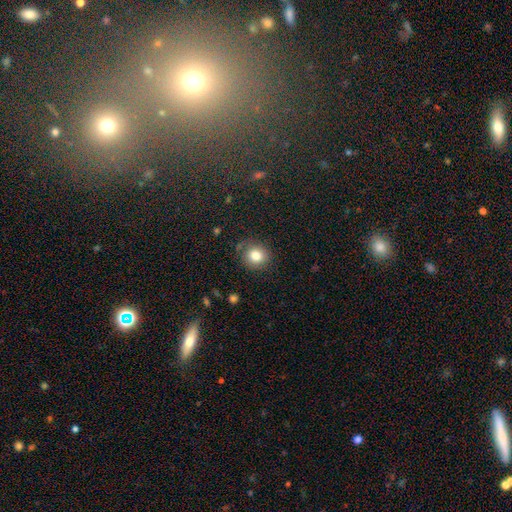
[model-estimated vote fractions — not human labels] Smooth or featured? Predicted: smooth (p=0.81). How rounded? Predicted: round (p=0.84). Merging? Predicted: none (p=0.81).